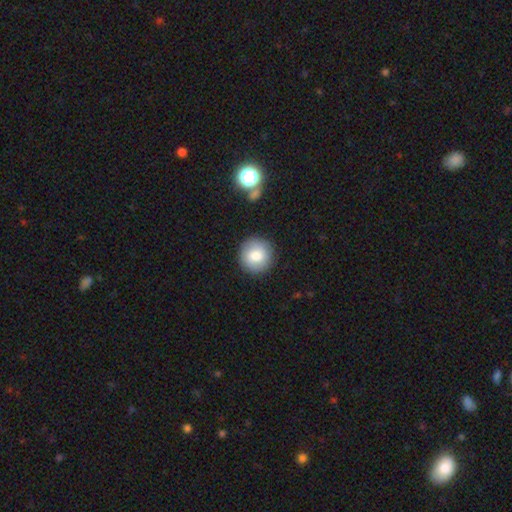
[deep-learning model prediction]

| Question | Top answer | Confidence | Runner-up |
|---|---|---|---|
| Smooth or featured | smooth | 77% | featured or disk (15%) |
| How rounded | round | 94% | in between (6%) |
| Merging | none | 89% | minor disturbance (7%) |